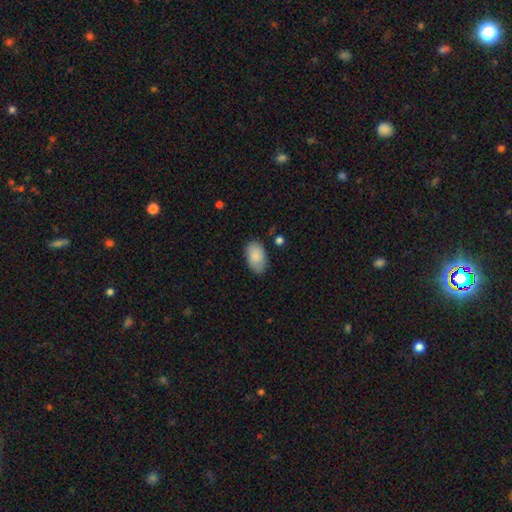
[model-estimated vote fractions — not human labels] Morphology: type=smooth (87%); roundness=in between (93%); merging=none (78%).